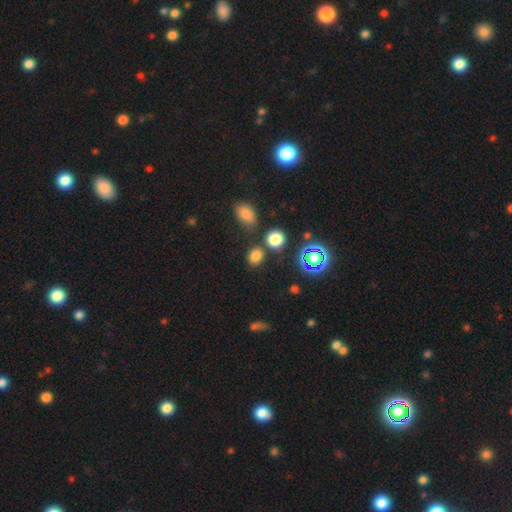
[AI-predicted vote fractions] Overall: smooth (76%). How rounded: round (62%; in between 37%). Merging: none (77%).